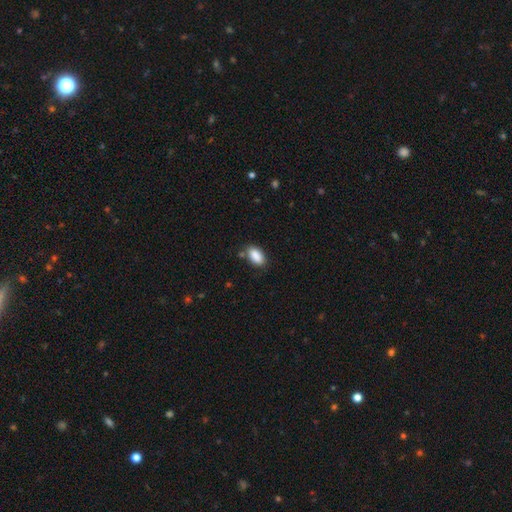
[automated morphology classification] A smooth galaxy with no disk features (89%) that is in between round and cigar-shaped (93%). Merging: none (78%).